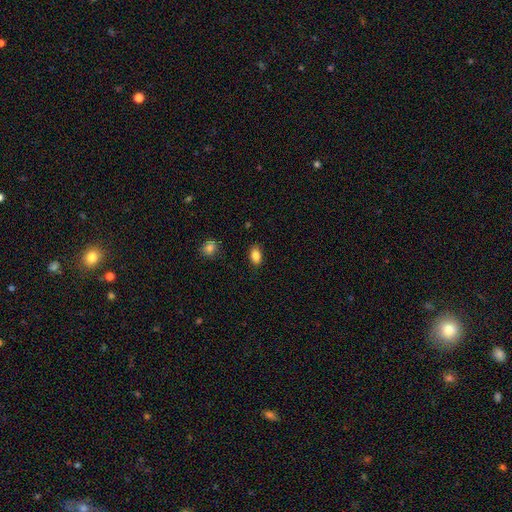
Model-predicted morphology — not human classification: Smooth or featured? Predicted: smooth (p=0.86). How rounded? Predicted: in between (p=0.88). Merging? Predicted: none (p=0.86).